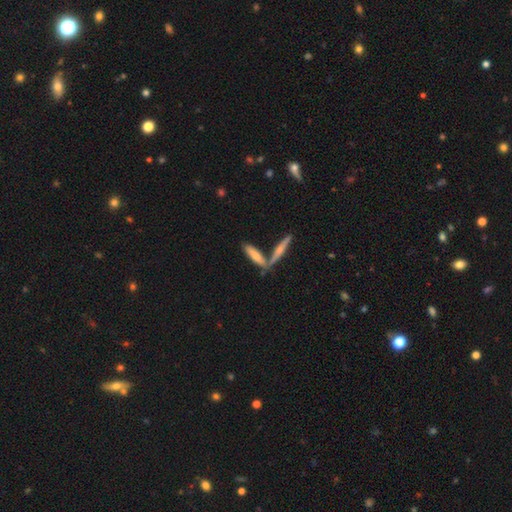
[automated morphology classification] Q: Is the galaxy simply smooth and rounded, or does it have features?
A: smooth — 58%.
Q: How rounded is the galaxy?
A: cigar-shaped — 72%.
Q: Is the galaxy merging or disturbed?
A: none — 54%.